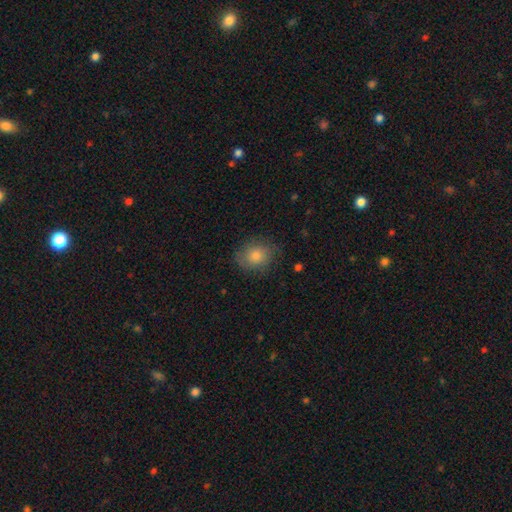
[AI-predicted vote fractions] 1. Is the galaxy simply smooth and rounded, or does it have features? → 77% smooth, 13% featured or disk, 10% star or artifact.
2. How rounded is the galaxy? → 66% round, 33% in between, 1% cigar-shaped.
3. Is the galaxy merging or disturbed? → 81% none, 14% minor disturbance, 4% major disturbance, 1% merger.